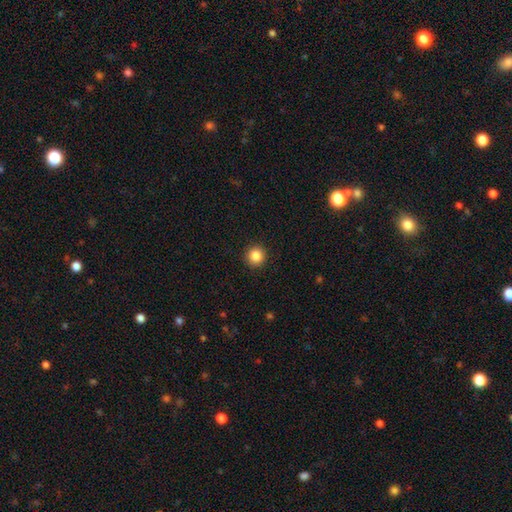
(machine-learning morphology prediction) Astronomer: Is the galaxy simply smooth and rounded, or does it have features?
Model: smooth — 85%.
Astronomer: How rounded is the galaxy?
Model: round — 95%.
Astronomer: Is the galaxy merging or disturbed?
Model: none — 93%.